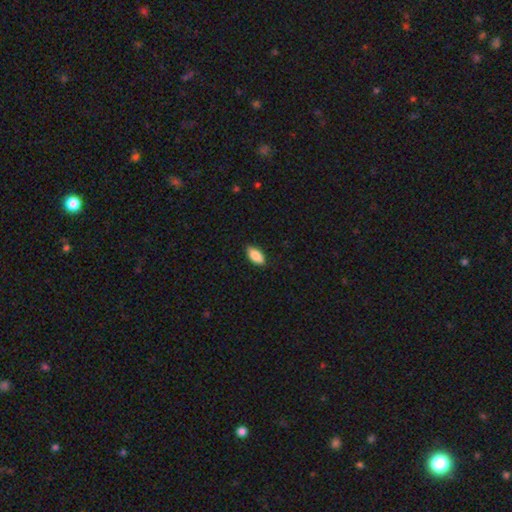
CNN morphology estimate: This is clearly a smooth galaxy (86%). How rounded: clearly in between (89%). Merging: clearly none (87%).